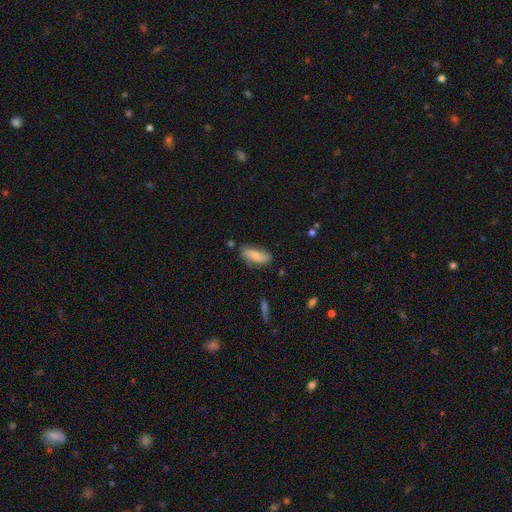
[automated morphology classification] Q: Smooth or featured?
A: smooth (67%); runner-up: featured or disk (27%)
Q: How rounded?
A: in between (78%); runner-up: cigar-shaped (20%)
Q: Merging?
A: none (70%); runner-up: minor disturbance (22%)